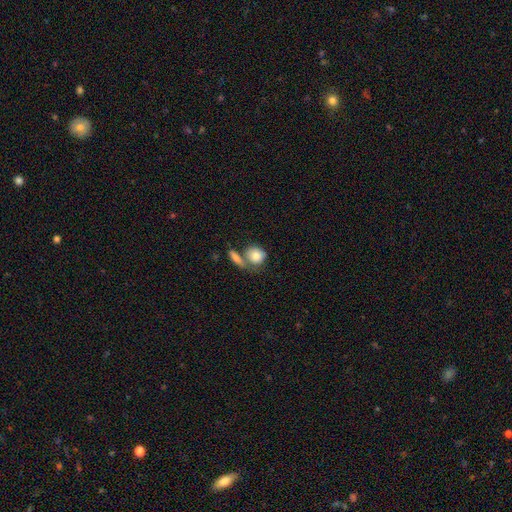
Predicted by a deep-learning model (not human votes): A smooth galaxy with no disk features (80%) that is round (72%). Merging: none (47%).